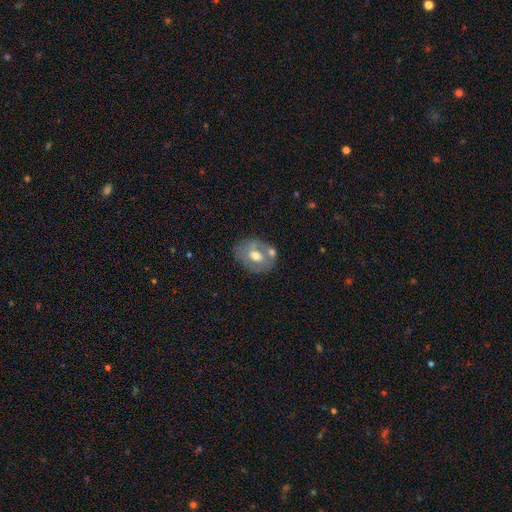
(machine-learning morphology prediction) smooth_or_featured: smooth (p=0.50) [alt: featured or disk p=0.42]
how_rounded: in between (p=0.57) [alt: round p=0.42]
merging: none (p=0.60) [alt: minor disturbance p=0.18]